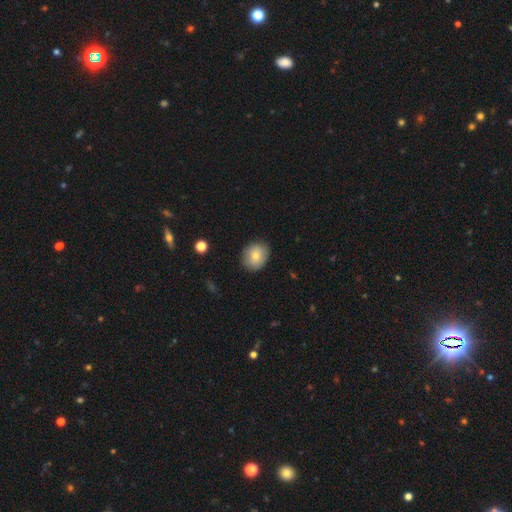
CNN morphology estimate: Smooth or featured? Predicted: smooth (p=0.74). How rounded? Predicted: round (p=0.64). Merging? Predicted: none (p=0.81).